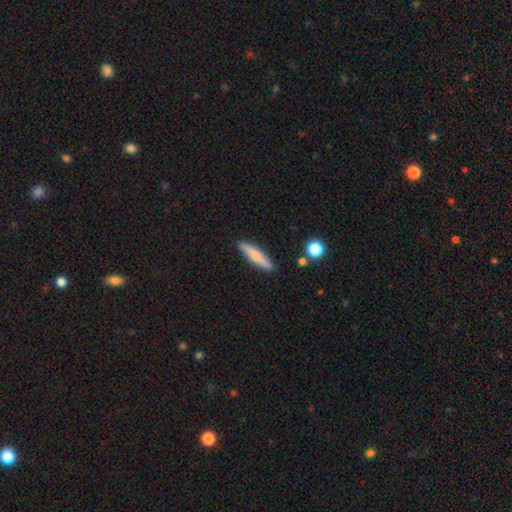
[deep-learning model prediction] Q: Smooth or featured?
A: smooth (63%); runner-up: featured or disk (31%)
Q: How rounded?
A: cigar-shaped (86%); runner-up: in between (12%)
Q: Merging?
A: none (87%); runner-up: minor disturbance (9%)